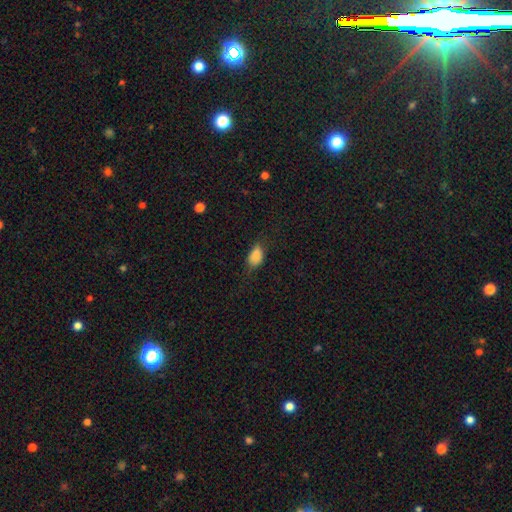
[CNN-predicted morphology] Q: Smooth or featured?
A: smooth (84%); runner-up: star or artifact (10%)
Q: How rounded?
A: in between (86%); runner-up: round (12%)
Q: Merging?
A: none (58%); runner-up: minor disturbance (28%)